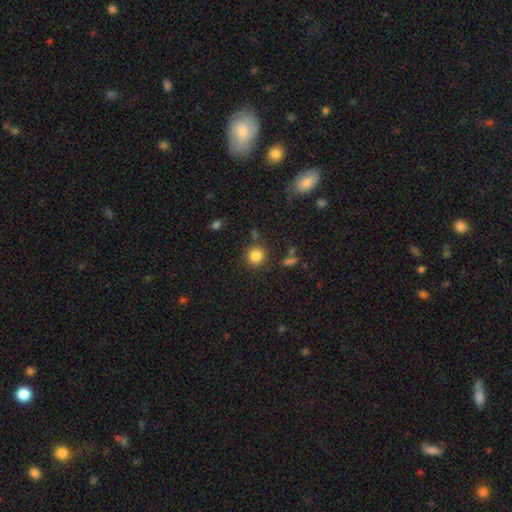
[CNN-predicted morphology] Smooth or featured?
  - smooth: 84% *
  - star or artifact: 11%
  - featured or disk: 5%
How rounded?
  - round: 89% *
  - in between: 10%
  - cigar-shaped: 1%
Merging?
  - none: 82% *
  - minor disturbance: 9%
  - merger: 5%
  - major disturbance: 4%